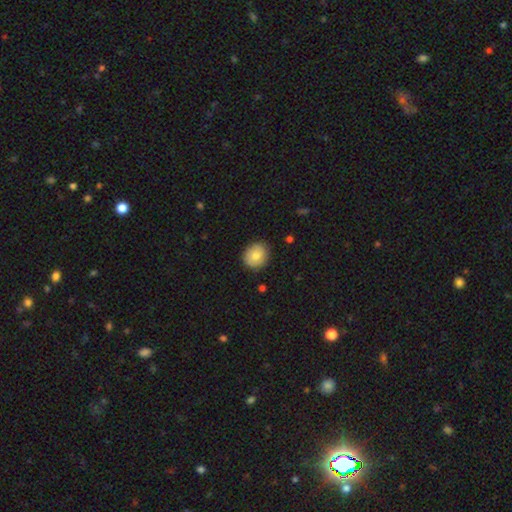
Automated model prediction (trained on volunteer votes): A smooth galaxy with no disk features (79%) that is round (74%). Merging: none (86%).